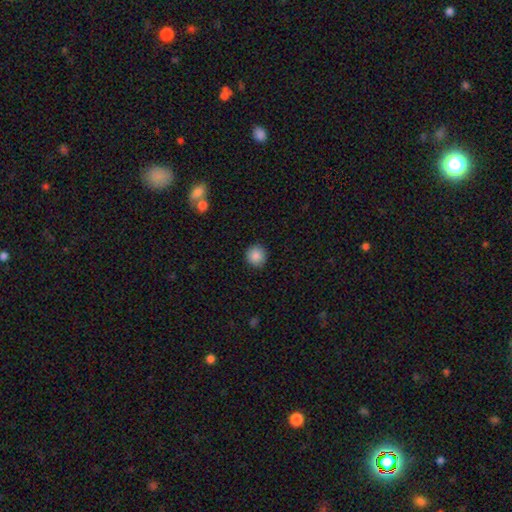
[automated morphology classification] A smooth galaxy with no disk features (88%) that is round (93%). Merging: none (92%).